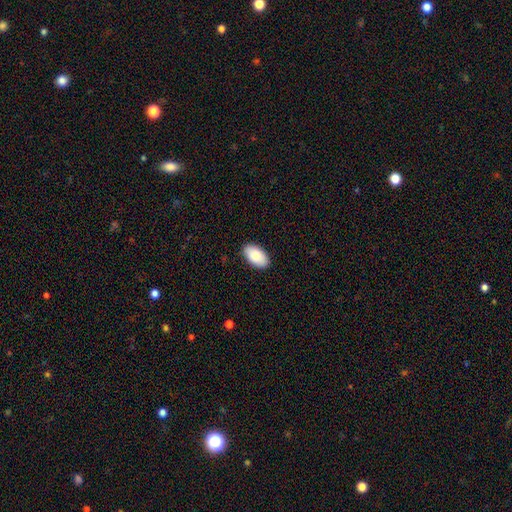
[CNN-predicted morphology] Smooth or featured? smooth (86%)
How rounded? in between (96%)
Merging? none (88%)